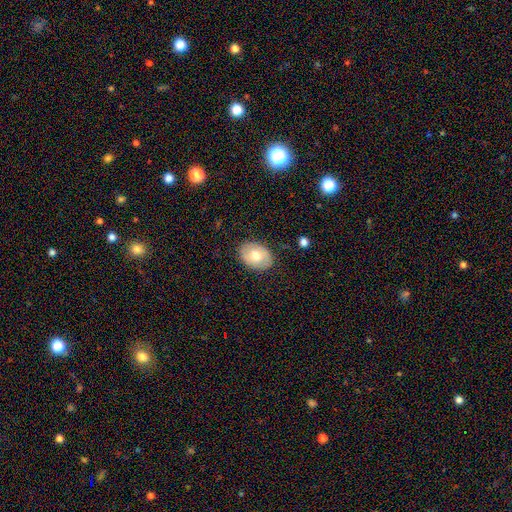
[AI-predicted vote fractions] The model was most divided on "smooth or featured": smooth: 67%, featured or disk: 26%, star or artifact: 7%. More confident: merging — none (86%); how rounded — in between (73%).